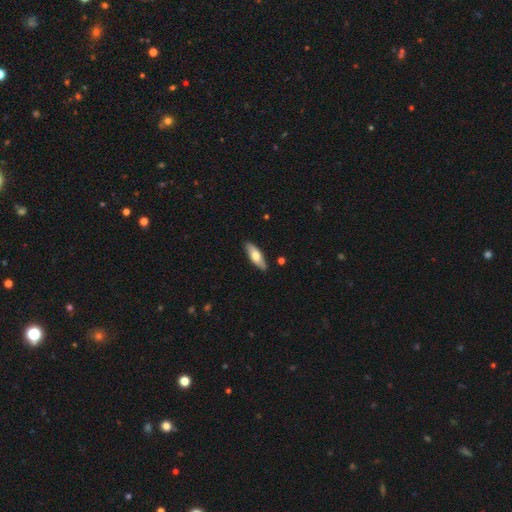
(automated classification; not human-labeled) This appears to be a smooth galaxy with no disk features (64%) that is in between round and cigar-shaped (57%). Merging: none (87%).